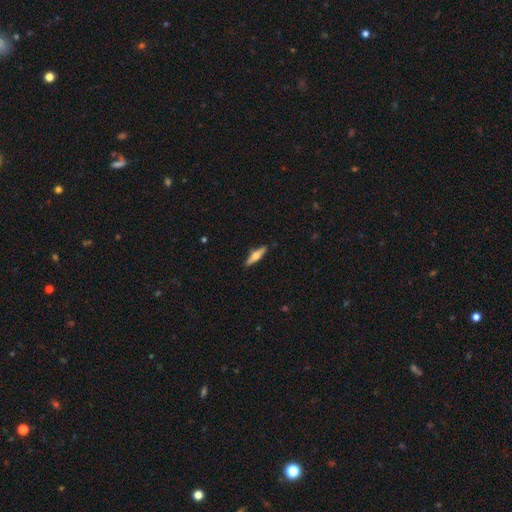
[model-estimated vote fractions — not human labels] Overall: featured or disk (59%; smooth 35%). Edge-on disk: yes (96%). Edge-on bulge: rounded (92%). Merging: none (90%).